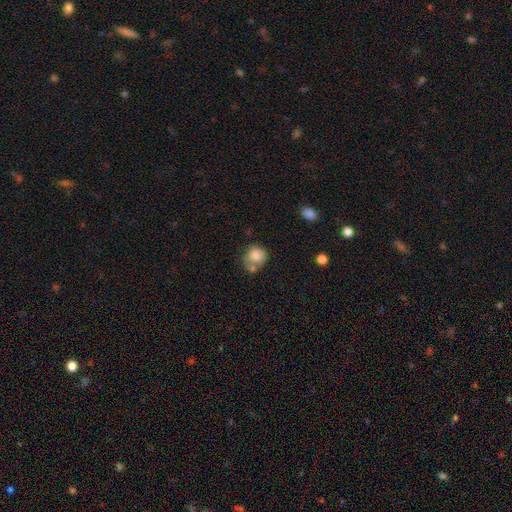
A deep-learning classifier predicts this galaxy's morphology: A smooth galaxy with no disk features (83%) that is round (82%). Merging: none (47%).